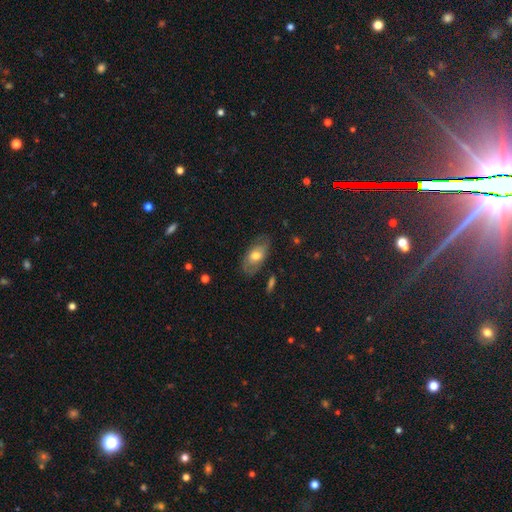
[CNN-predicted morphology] Smooth or featured?
  - smooth: 57% *
  - featured or disk: 35%
  - star or artifact: 8%
How rounded?
  - in between: 90% *
  - round: 7%
  - cigar-shaped: 3%
Merging?
  - none: 74% *
  - minor disturbance: 19%
  - major disturbance: 6%
  - merger: 2%